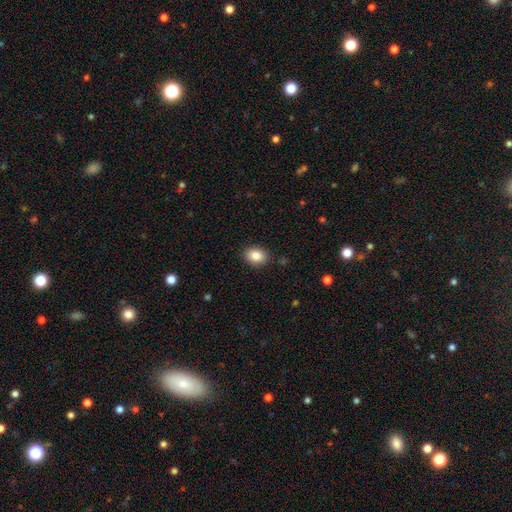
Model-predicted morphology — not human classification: smooth_or_featured: smooth (p=0.87) [alt: star or artifact p=0.08]
how_rounded: in between (p=0.66) [alt: round p=0.34]
merging: none (p=0.87) [alt: minor disturbance p=0.09]